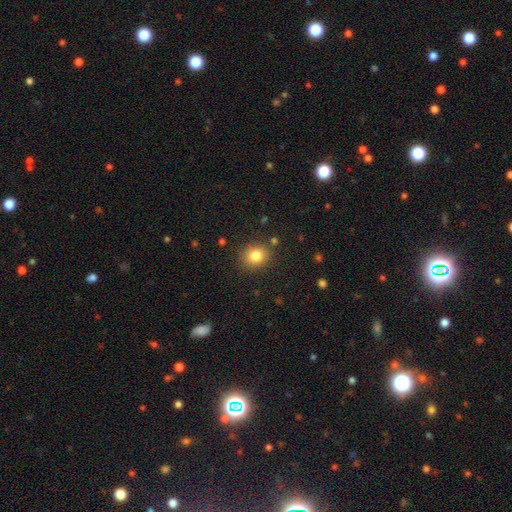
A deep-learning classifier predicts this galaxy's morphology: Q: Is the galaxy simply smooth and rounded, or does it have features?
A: smooth — 82%.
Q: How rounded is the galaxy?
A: round — 65%.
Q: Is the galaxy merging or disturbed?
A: none — 85%.